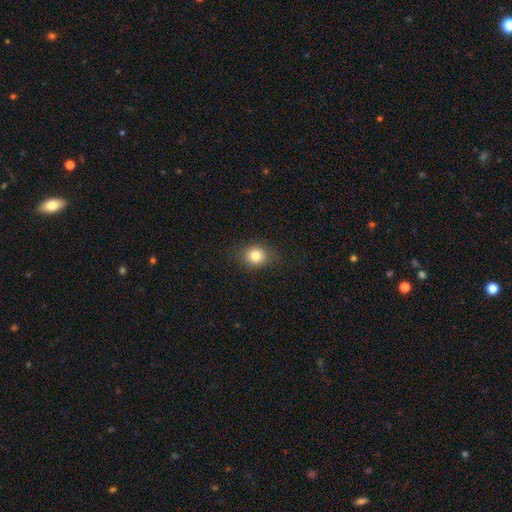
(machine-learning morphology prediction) Smooth or featured? smooth (80%)
How rounded? round (62%)
Merging? none (82%)